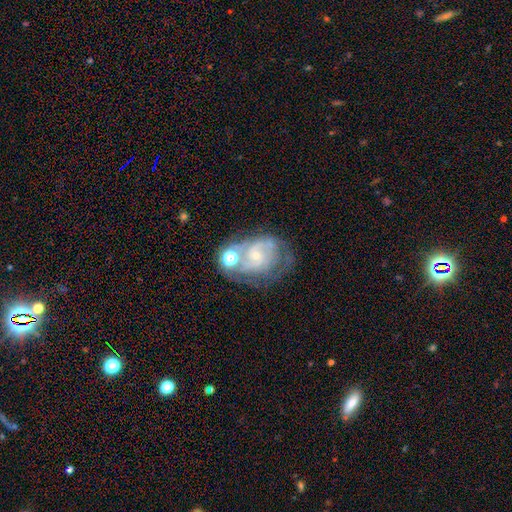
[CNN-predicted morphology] featured or disk 74%, smooth 16%, star or artifact 11%. Down the decision tree: edge-on disk — no (97%); bar — no (69%); spiral arms — yes (83%); spiral arm count — can't tell (41%); spiral winding — tight (49%); bulge size — small (72%); merging — none (40%).